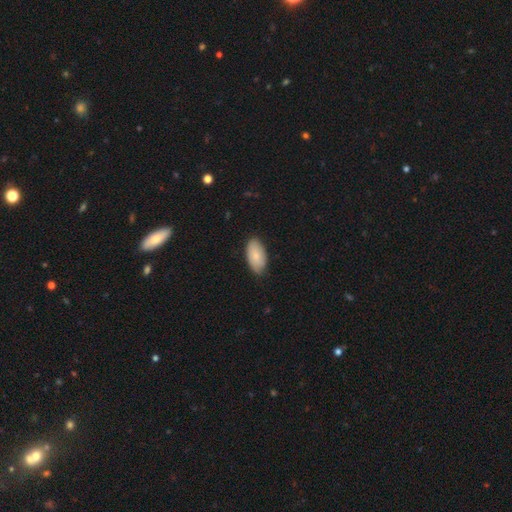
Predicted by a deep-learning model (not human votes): Smooth or featured?
  - smooth: 82% *
  - featured or disk: 12%
  - star or artifact: 6%
How rounded?
  - in between: 95% *
  - round: 3%
  - cigar-shaped: 2%
Merging?
  - none: 81% *
  - minor disturbance: 16%
  - major disturbance: 2%
  - merger: 1%